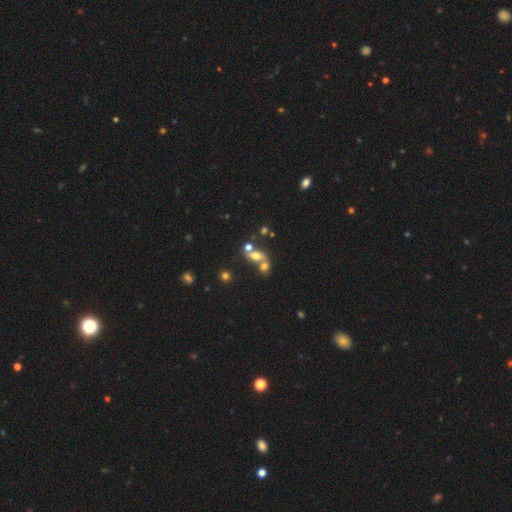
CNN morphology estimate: type=smooth (56%); roundness=in between (60%); merging=merger (57%).